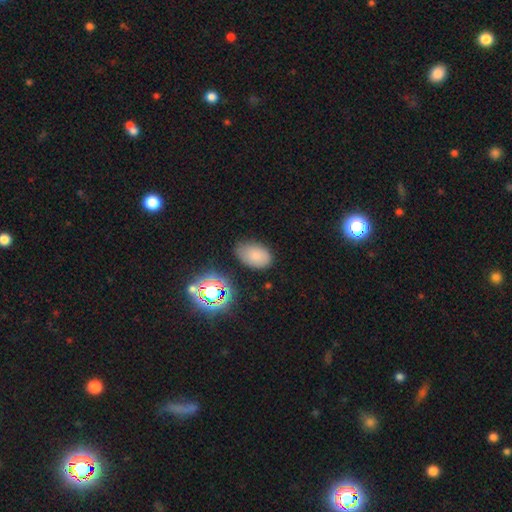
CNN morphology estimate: smooth-or-featured: smooth: 75% | star or artifact: 14% | featured or disk: 10%
  how-rounded: in between: 89% | round: 10% | cigar-shaped: 1%
  merging: none: 74% | minor disturbance: 18% | major disturbance: 5% | merger: 3%